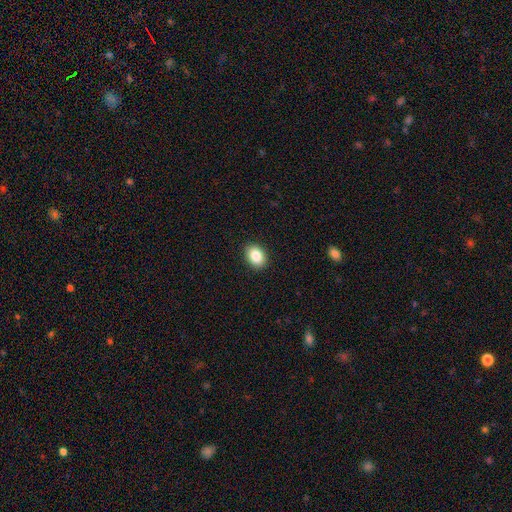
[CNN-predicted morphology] smooth-or-featured: smooth: 86% | star or artifact: 8% | featured or disk: 6%
  how-rounded: in between: 73% | round: 26% | cigar-shaped: 1%
  merging: none: 91% | minor disturbance: 7% | major disturbance: 2% | merger: 1%